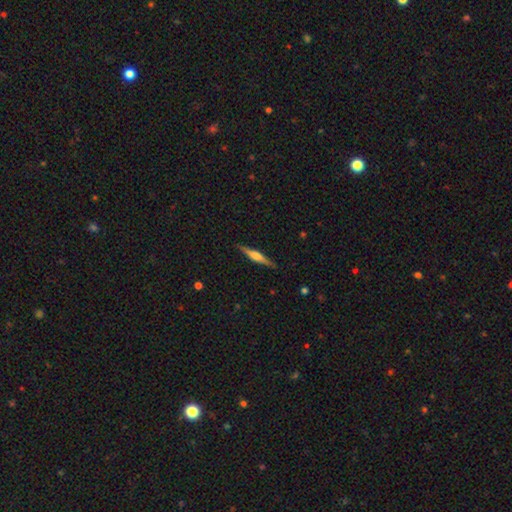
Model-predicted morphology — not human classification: Smooth or featured?
  - featured or disk: 66% *
  - smooth: 28%
  - star or artifact: 6%
Edge-on disk?
  - yes: 98% *
  - no: 2%
Edge-on bulge?
  - rounded: 70% *
  - boxy: 22%
  - none: 7%
Merging?
  - none: 89% *
  - minor disturbance: 8%
  - major disturbance: 2%
  - merger: 1%